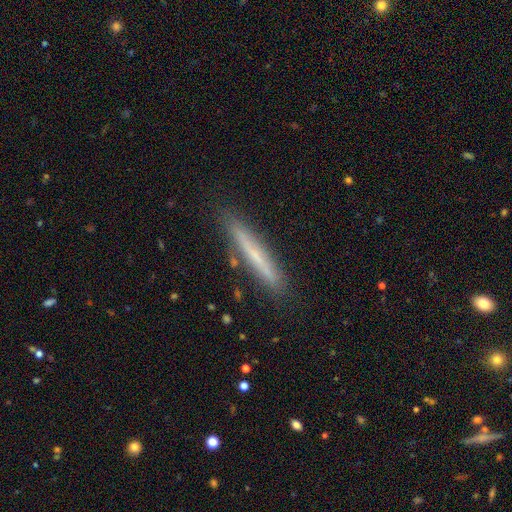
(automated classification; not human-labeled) Smooth or featured? smooth (48%)
Merging? none (87%)